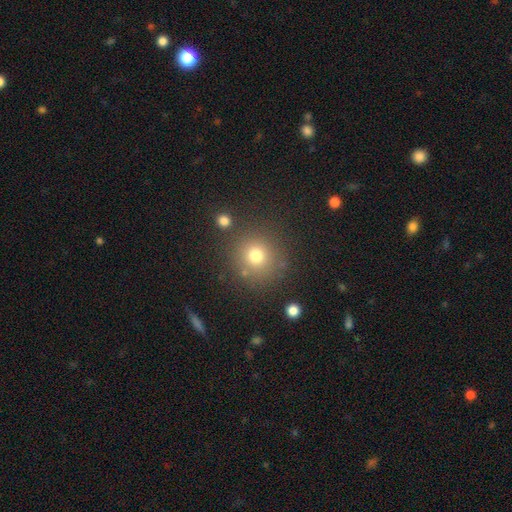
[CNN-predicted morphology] smooth_or_featured: smooth (p=0.76) [alt: star or artifact p=0.16]
how_rounded: round (p=0.93) [alt: in between p=0.06]
merging: none (p=0.83) [alt: minor disturbance p=0.08]